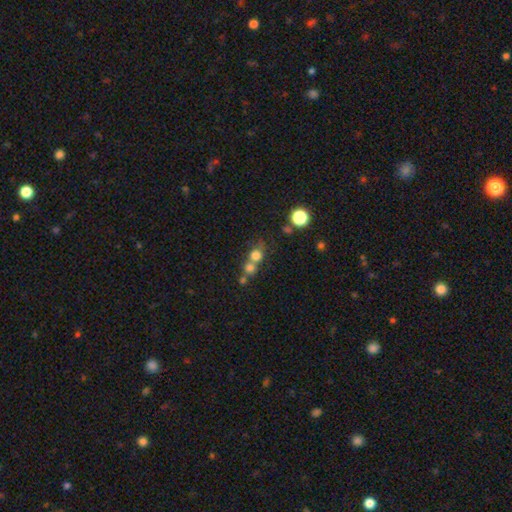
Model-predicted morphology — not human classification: This appears to be a smooth galaxy with no disk features (71%) that is round (82%). Merging: merger (52%).